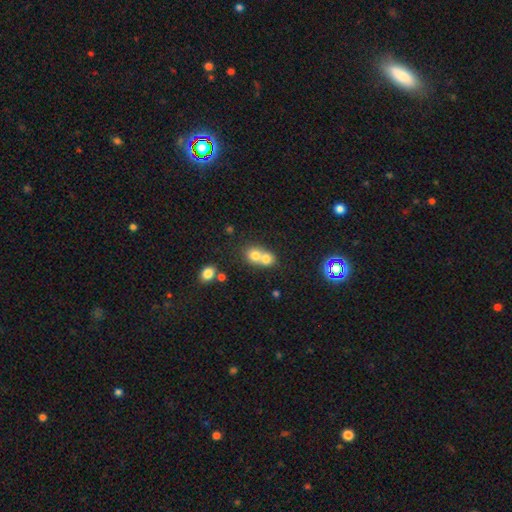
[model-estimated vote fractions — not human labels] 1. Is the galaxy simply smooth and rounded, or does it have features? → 73% smooth, 15% featured or disk, 12% star or artifact.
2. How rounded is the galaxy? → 73% round, 26% in between, 1% cigar-shaped.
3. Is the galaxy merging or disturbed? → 68% merger, 25% none, 5% minor disturbance, 2% major disturbance.